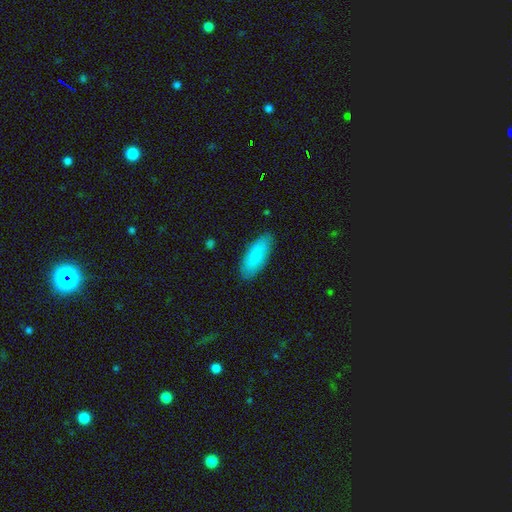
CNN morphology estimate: Smooth or featured: smooth — 85% (featured or disk — 9%)
How rounded: in between — 75% (cigar-shaped — 23%)
Merging: none — 85% (minor disturbance — 11%)